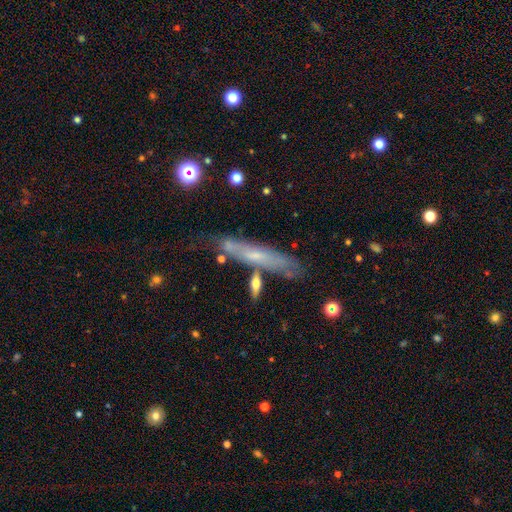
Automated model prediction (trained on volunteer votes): featured or disk 51%, smooth 41%, star or artifact 8%. Down the decision tree: edge-on disk — yes (70%); merging — none (67%).